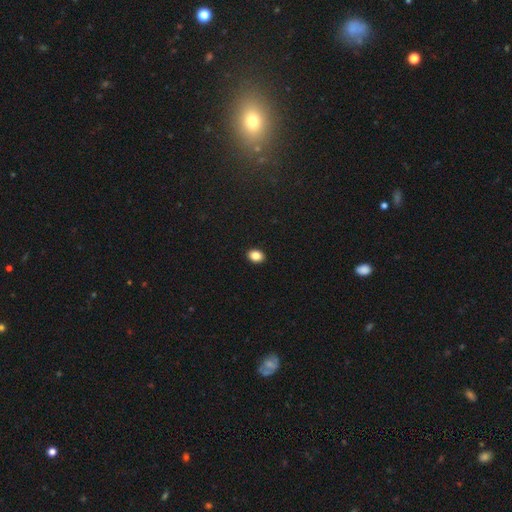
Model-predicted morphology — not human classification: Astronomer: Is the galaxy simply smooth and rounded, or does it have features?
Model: smooth — 86%.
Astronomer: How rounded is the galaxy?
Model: in between — 69%.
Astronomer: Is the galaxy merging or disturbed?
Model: none — 91%.